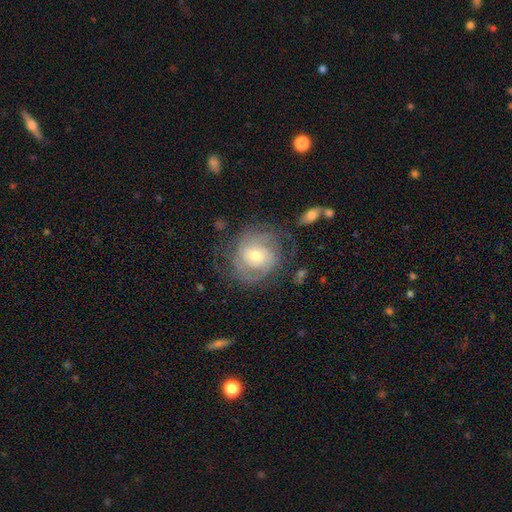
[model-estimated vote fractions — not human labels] A featured or disk galaxy (76%) with no bar (66%), tight (64%) spiral arms (88%) and a moderate central bulge (55%). Merging: none (66%).